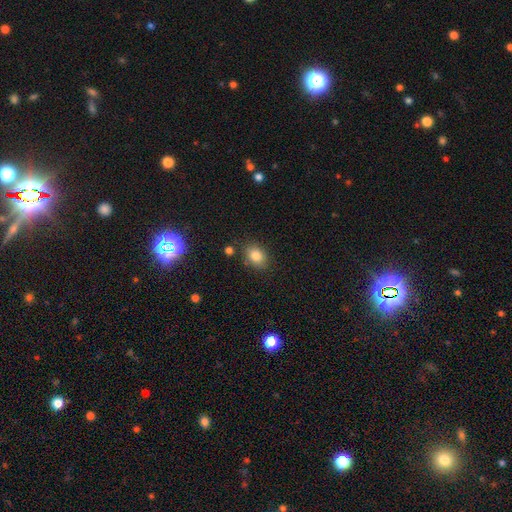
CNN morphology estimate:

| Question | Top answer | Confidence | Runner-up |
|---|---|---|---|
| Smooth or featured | smooth | 80% | star or artifact (11%) |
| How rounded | in between | 67% | round (32%) |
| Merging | none | 81% | minor disturbance (12%) |